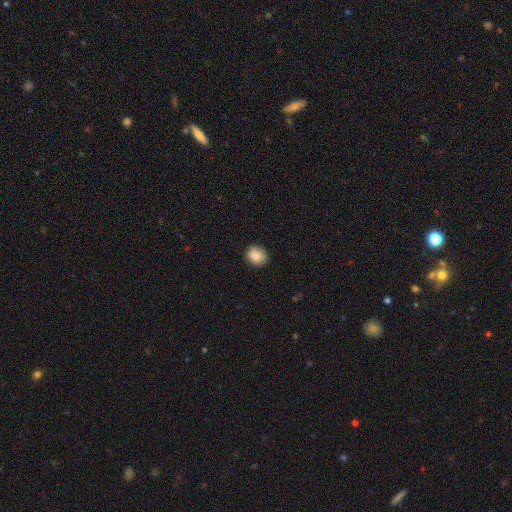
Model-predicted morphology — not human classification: This appears to be a smooth galaxy with no disk features (88%) that is round (83%). Merging: none (90%).